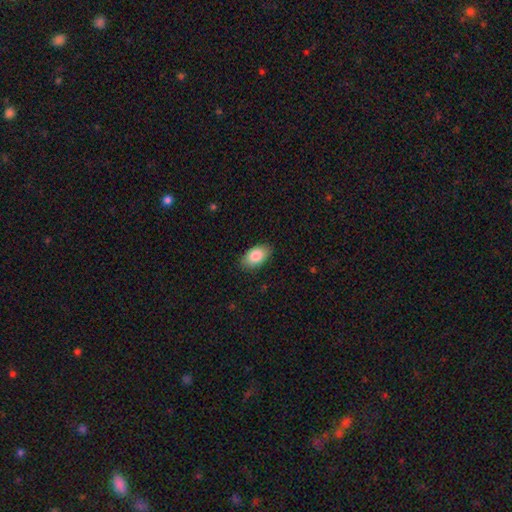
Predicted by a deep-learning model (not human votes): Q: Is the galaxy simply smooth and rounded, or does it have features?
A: smooth — 85%.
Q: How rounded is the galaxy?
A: in between — 93%.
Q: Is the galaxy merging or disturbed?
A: none — 86%.